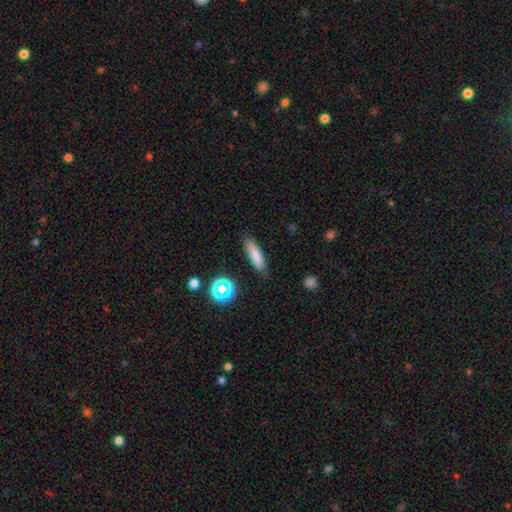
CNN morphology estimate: This appears to be a smooth galaxy with no disk features (79%) that is cigar-shaped (64%). Merging: none (84%).